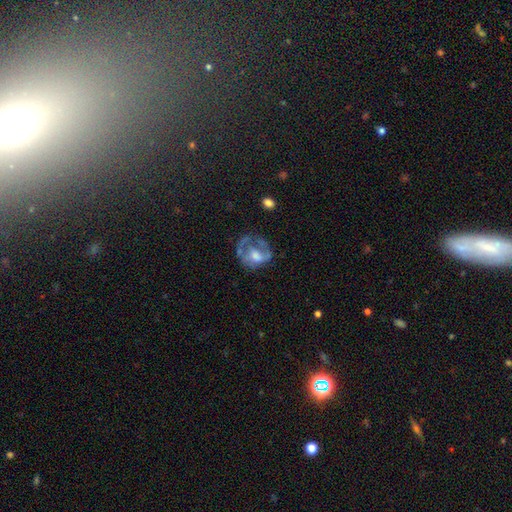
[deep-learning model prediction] Smooth or featured?
  - featured or disk: 60% *
  - smooth: 31%
  - star or artifact: 9%
Edge-on disk?
  - no: 97% *
  - yes: 3%
Bar?
  - no: 69% *
  - weak: 25%
  - strong: 6%
Spiral arms?
  - no: 55% *
  - yes: 45%
Bulge size?
  - moderate: 49% *
  - large: 20%
  - small: 17%
  - none: 11%
  - dominant: 2%
Merging?
  - none: 41% *
  - major disturbance: 33%
  - minor disturbance: 23%
  - merger: 3%